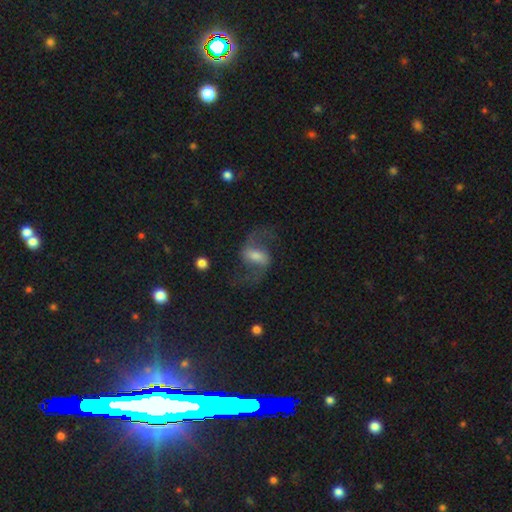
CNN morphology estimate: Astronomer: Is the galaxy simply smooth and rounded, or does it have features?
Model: featured or disk — 80%.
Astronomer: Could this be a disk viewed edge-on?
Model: no — 97%.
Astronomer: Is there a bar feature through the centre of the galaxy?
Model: weak — 45% (runner-up: strong, 38%).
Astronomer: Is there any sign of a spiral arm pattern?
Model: yes — 95%.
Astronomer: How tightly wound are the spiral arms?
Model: loose — 69%.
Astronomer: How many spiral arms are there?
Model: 2 — 94%.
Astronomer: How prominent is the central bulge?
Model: moderate — 43% (runner-up: small, 23%).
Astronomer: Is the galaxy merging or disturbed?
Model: none — 69%.